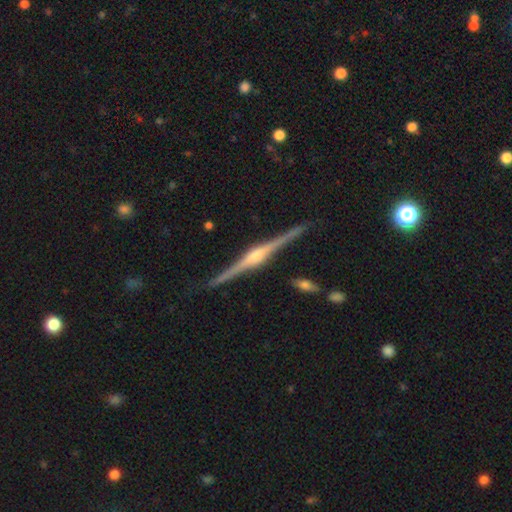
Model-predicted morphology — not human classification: This is clearly a featured or disk galaxy (88%). It is clearly viewed edge-on (99%). Edge-on bulge: clearly rounded (86%). Merging: clearly none (89%).